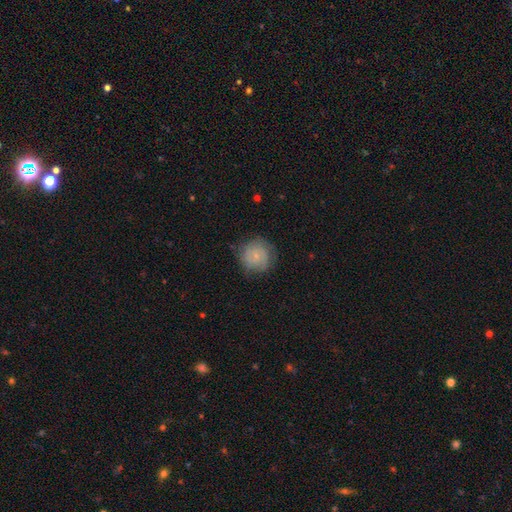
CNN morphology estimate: This is possibly a featured or disk galaxy (51%). It is clearly not viewed edge-on (98%). Merging: likely none (78%).